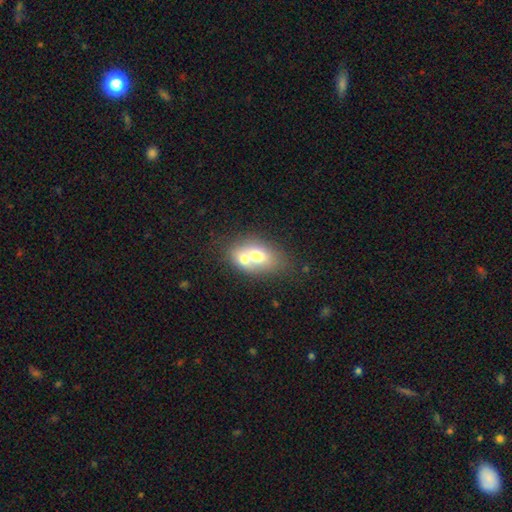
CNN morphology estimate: Smooth or featured?
  - smooth: 64% *
  - featured or disk: 27%
  - star or artifact: 9%
How rounded?
  - in between: 78% *
  - round: 20%
  - cigar-shaped: 2%
Merging?
  - merger: 61% *
  - none: 26%
  - minor disturbance: 9%
  - major disturbance: 4%